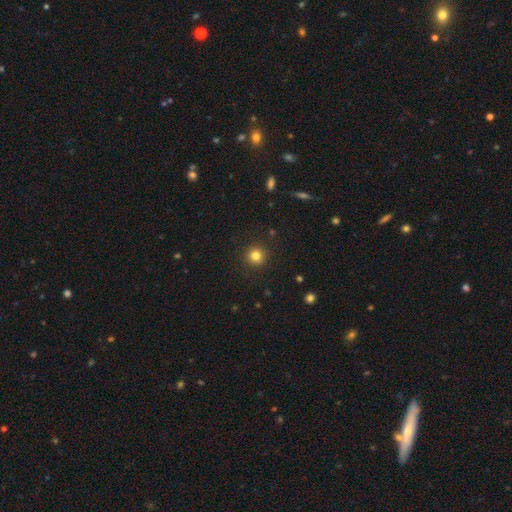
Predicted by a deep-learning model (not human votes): Smooth or featured: smooth — 81% (star or artifact — 13%)
How rounded: round — 94% (in between — 5%)
Merging: none — 91% (minor disturbance — 6%)